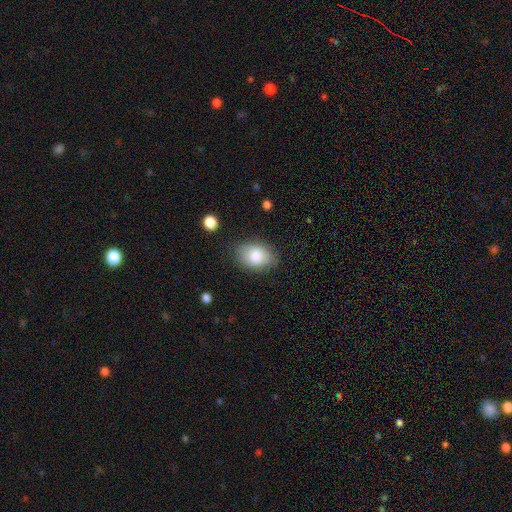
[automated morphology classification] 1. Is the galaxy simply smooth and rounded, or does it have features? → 81% smooth, 12% featured or disk, 7% star or artifact.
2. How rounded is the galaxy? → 83% in between, 16% round, 1% cigar-shaped.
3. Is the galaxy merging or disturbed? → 80% none, 15% minor disturbance, 4% major disturbance, 2% merger.